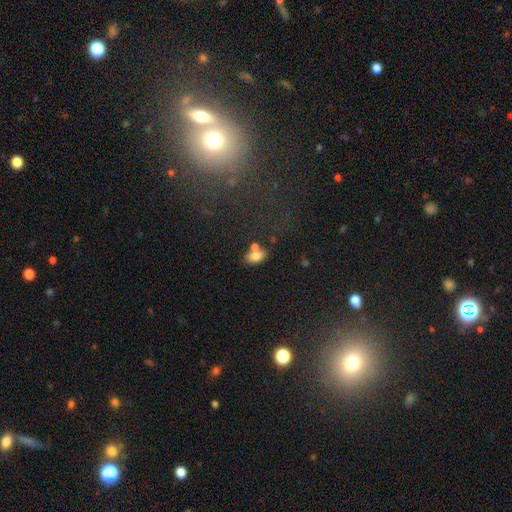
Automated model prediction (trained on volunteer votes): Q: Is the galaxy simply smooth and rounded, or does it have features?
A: smooth — 77%.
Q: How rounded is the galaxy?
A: in between — 88%.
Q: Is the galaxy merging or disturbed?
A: none — 54%.